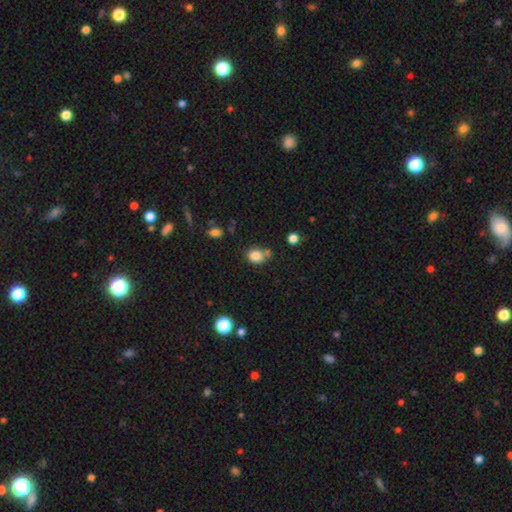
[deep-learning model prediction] Overall: smooth (83%). How rounded: round (54%; in between 45%). Merging: none (58%; merger 20%).